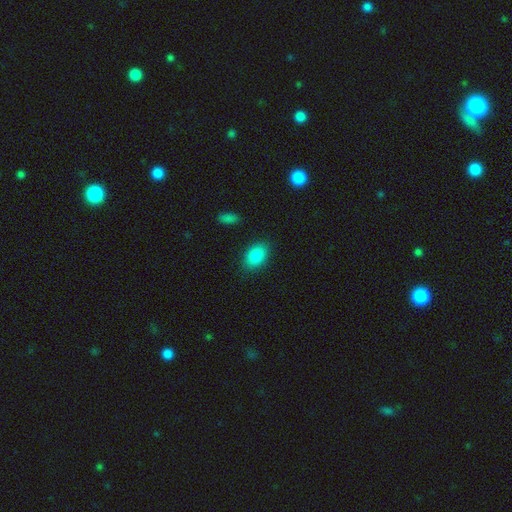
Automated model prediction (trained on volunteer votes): This appears to be a smooth galaxy with no disk features (88%) that is in between round and cigar-shaped (88%). Merging: none (84%).